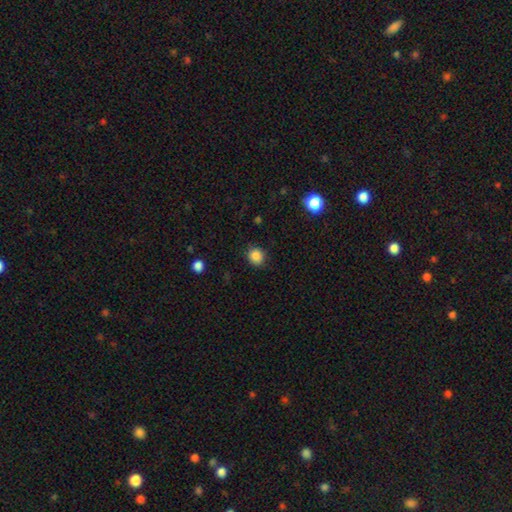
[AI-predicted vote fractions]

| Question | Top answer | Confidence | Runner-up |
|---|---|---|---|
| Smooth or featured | smooth | 86% | star or artifact (11%) |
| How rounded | round | 85% | in between (14%) |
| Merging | none | 88% | minor disturbance (8%) |